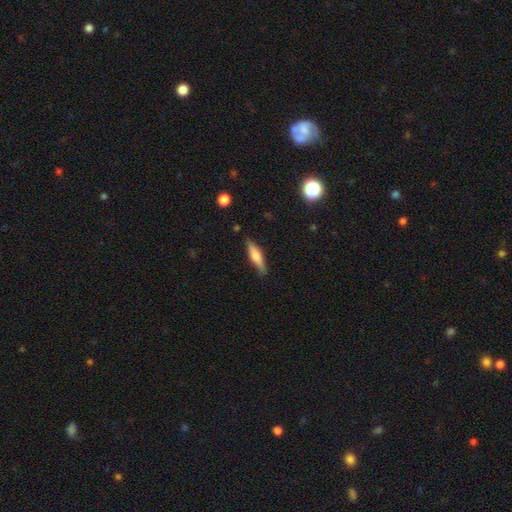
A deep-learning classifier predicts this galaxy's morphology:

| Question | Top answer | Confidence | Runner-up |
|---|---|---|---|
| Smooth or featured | smooth | 50% | featured or disk (44%) |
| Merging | none | 84% | minor disturbance (12%) |